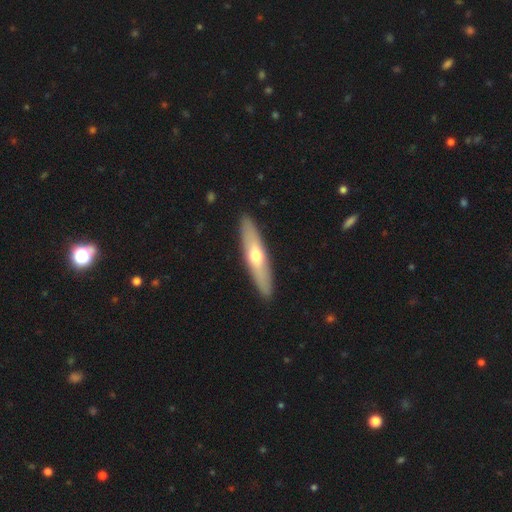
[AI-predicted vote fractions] smooth_or_featured: smooth (p=0.49) [alt: featured or disk p=0.46]
merging: none (p=0.90) [alt: minor disturbance p=0.07]